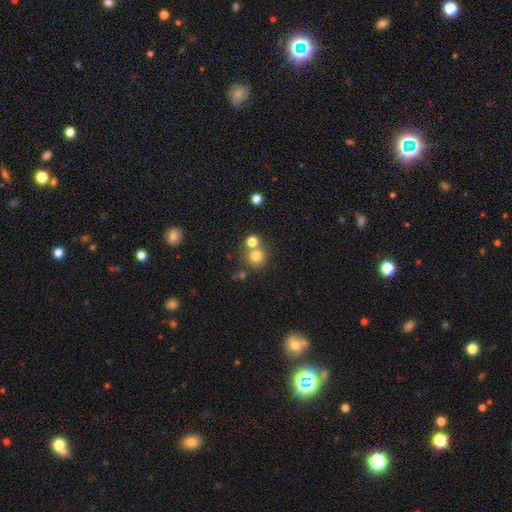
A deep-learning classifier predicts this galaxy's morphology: smooth 76%, star or artifact 15%, featured or disk 9%. Down the decision tree: how rounded — round (90%); merging — none (60%).